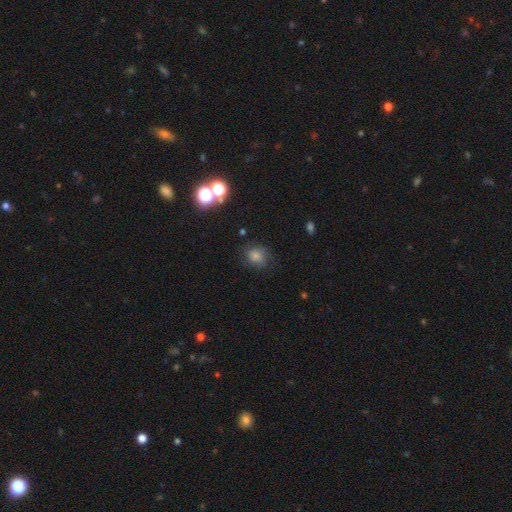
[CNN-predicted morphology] This is likely a smooth galaxy (70%). How rounded: likely round (70%). Merging: likely none (78%).